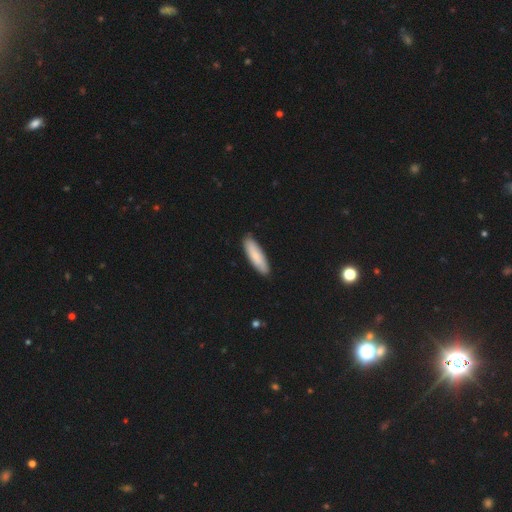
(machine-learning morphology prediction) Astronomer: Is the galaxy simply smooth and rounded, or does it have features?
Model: smooth — 82%.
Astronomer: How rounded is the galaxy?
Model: cigar-shaped — 60% (runner-up: in between, 38%).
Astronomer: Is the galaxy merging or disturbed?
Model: none — 88%.